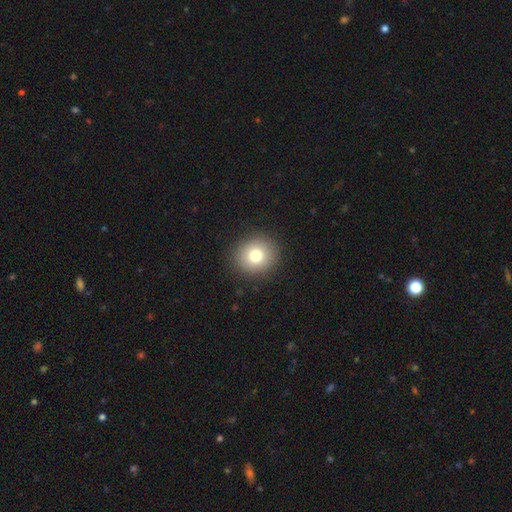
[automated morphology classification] A smooth galaxy with no disk features (78%) that is round (85%). Merging: none (90%).